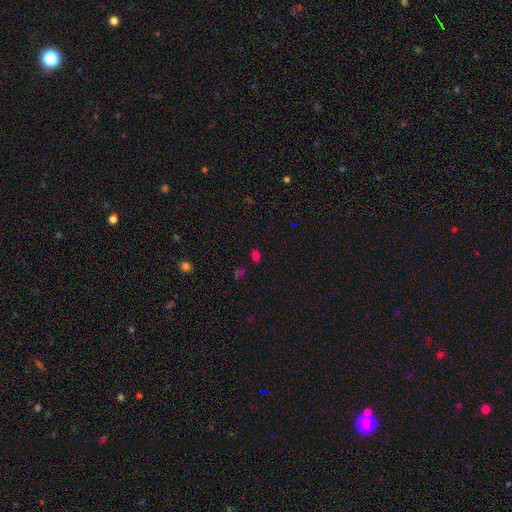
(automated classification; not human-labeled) A smooth galaxy with no disk features (62%) that is in between round and cigar-shaped (77%).

Vote fractions:
- Smooth or featured? smooth: 62% / star or artifact: 33% / featured or disk: 5%
- How rounded? in between: 77% / round: 21% / cigar-shaped: 2%
- Merging? none: 76% / minor disturbance: 13% / merger: 6% / major disturbance: 5%